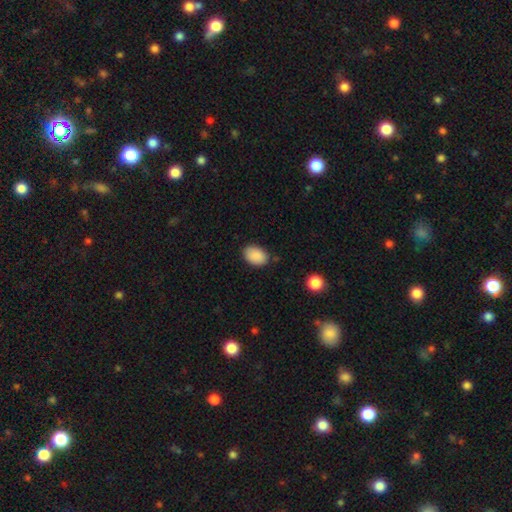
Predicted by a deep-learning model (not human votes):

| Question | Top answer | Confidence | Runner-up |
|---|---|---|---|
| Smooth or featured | smooth | 89% | star or artifact (7%) |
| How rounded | in between | 84% | round (15%) |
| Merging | none | 82% | minor disturbance (14%) |